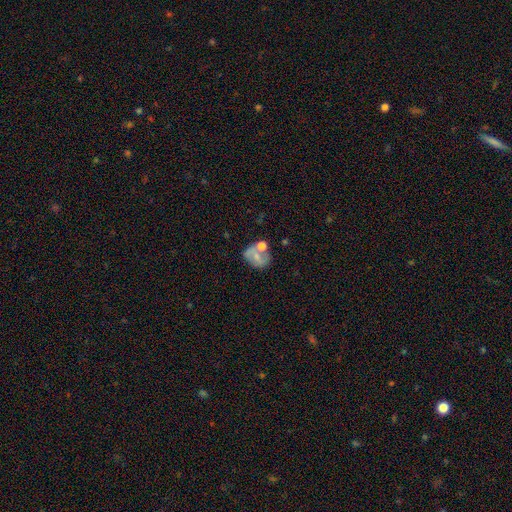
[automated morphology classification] A smooth galaxy with no disk features (50%) that is in between round and cigar-shaped (50%).

Vote fractions:
- Smooth or featured? smooth: 50% / featured or disk: 39% / star or artifact: 10%
- How rounded? in between: 50% / round: 49% / cigar-shaped: 1%
- Merging? none: 43% / merger: 26% / minor disturbance: 20% / major disturbance: 11%